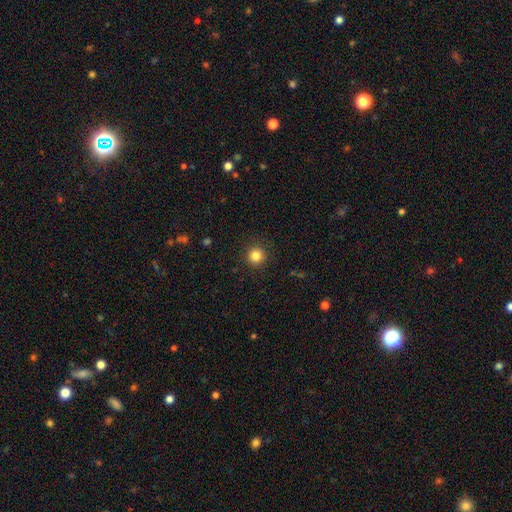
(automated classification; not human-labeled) This appears to be a smooth galaxy with no disk features (83%) that is round (94%). Merging: none (91%).